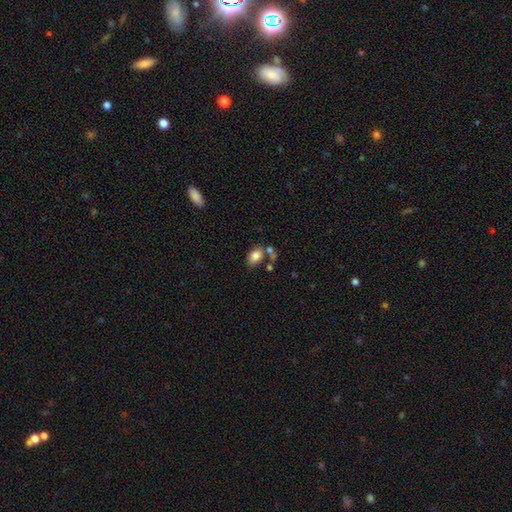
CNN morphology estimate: The model was most divided on "merging": none: 59%, merger: 20%, minor disturbance: 16%, major disturbance: 6%. More confident: how rounded — in between (85%); smooth or featured — smooth (81%).